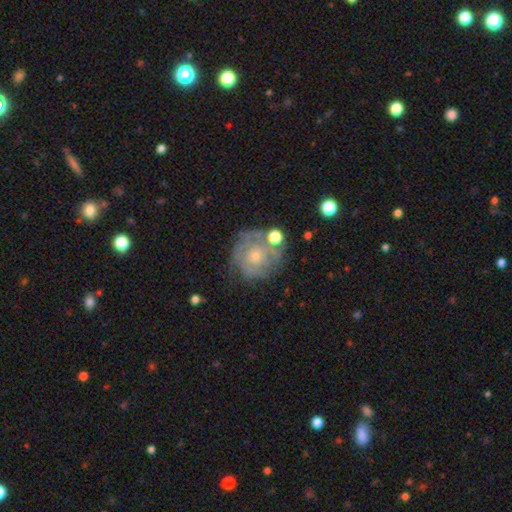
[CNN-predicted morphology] Overall: featured or disk (60%; smooth 31%). Edge-on disk: no (98%). Bar: no (86%). Spiral arms: yes (62%; no 38%). Bulge size: small (63%; moderate 29%). Merging: none (58%; minor disturbance 21%).